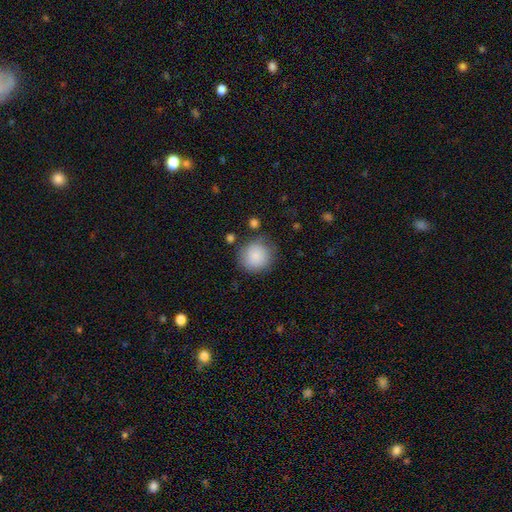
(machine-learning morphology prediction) smooth 87%, star or artifact 7%, featured or disk 6%. Down the decision tree: how rounded — round (90%); merging — none (74%).